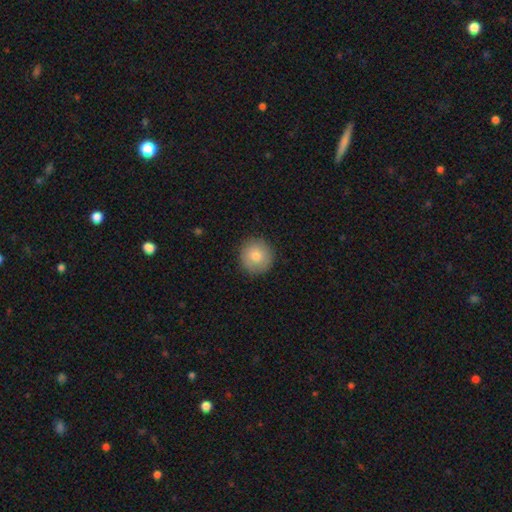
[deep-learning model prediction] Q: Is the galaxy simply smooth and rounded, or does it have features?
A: smooth — 80%.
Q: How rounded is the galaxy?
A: round — 95%.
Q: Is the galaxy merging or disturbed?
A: none — 90%.